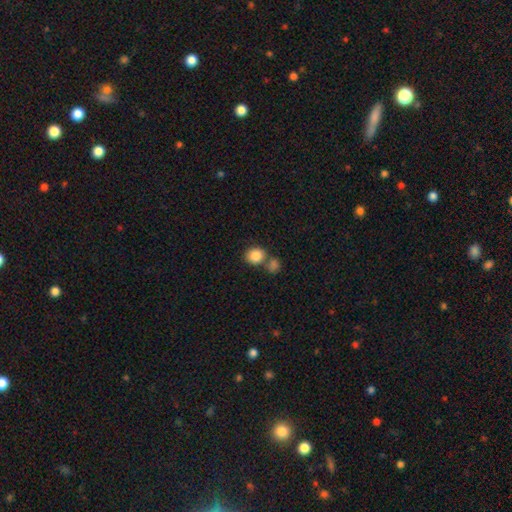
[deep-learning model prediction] A smooth galaxy with no disk features (86%) that is round (73%).

Vote fractions:
- Smooth or featured? smooth: 86% / star or artifact: 9% / featured or disk: 6%
- How rounded? round: 73% / in between: 26% / cigar-shaped: 1%
- Merging? none: 54% / merger: 33% / minor disturbance: 10% / major disturbance: 4%